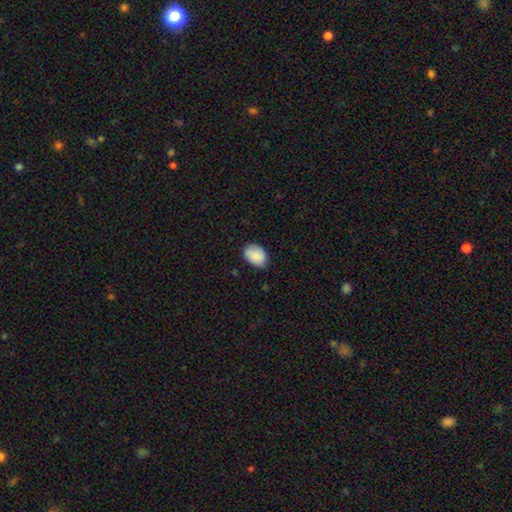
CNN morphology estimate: Smooth or featured?
  - smooth: 89% *
  - star or artifact: 6%
  - featured or disk: 5%
How rounded?
  - in between: 82% *
  - round: 17%
  - cigar-shaped: 1%
Merging?
  - none: 79% *
  - minor disturbance: 17%
  - major disturbance: 3%
  - merger: 1%